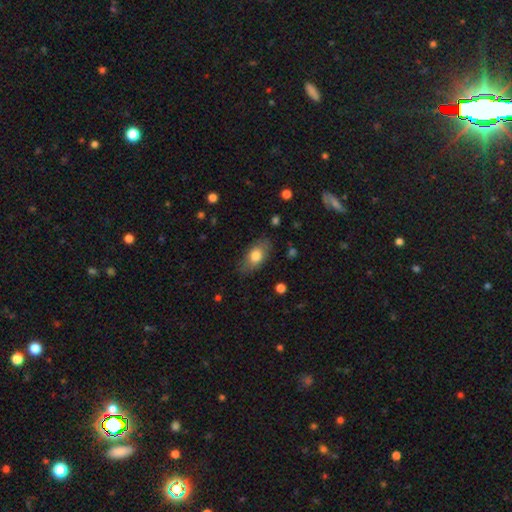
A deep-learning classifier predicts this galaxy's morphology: type=smooth (77%); roundness=in between (88%); merging=none (79%).